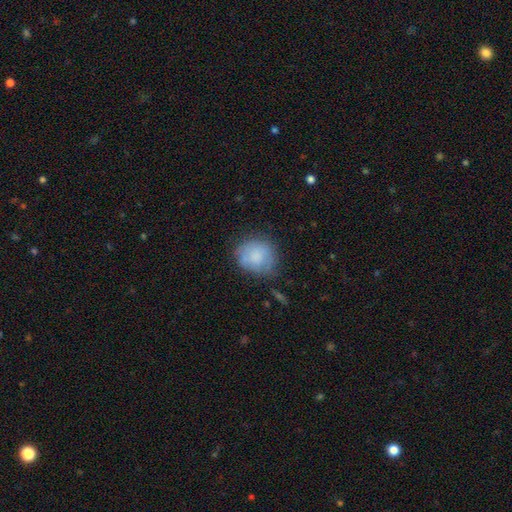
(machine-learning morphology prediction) Smooth or featured? smooth (76%)
How rounded? round (76%)
Merging? none (60%)